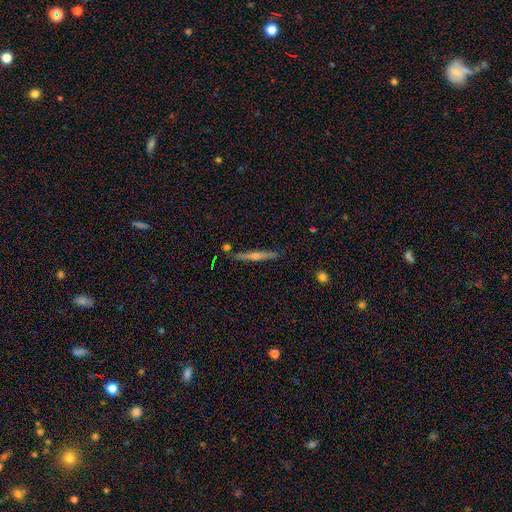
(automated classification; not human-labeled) Smooth or featured: featured or disk — 59% (smooth — 26%)
Edge-on disk: yes — 92% (no — 8%)
Edge-on bulge: rounded — 70% (none — 20%)
Merging: none — 82% (minor disturbance — 10%)